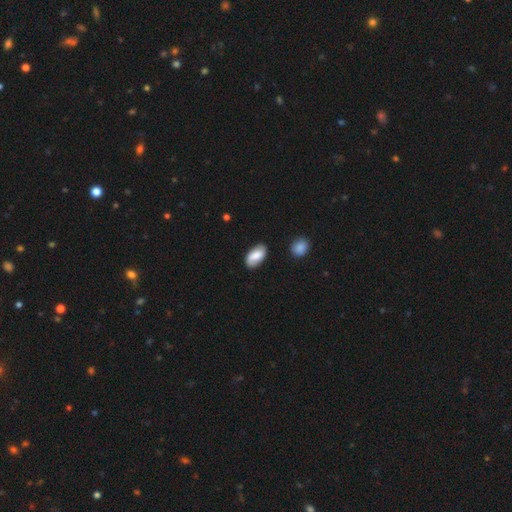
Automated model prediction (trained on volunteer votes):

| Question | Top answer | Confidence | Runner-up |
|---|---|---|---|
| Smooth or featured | smooth | 72% | featured or disk (21%) |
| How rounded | in between | 93% | round (4%) |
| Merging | none | 78% | minor disturbance (16%) |